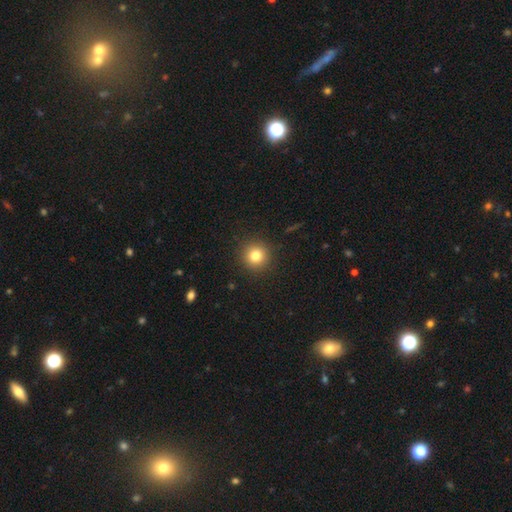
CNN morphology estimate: This is clearly a smooth galaxy (80%). How rounded: clearly round (95%). Merging: clearly none (92%).